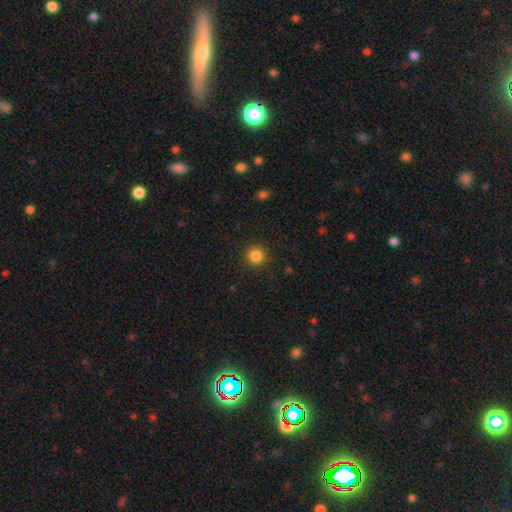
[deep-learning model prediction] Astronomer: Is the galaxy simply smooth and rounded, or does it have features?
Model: smooth — 85%.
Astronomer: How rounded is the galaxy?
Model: round — 93%.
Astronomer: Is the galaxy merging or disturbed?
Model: none — 91%.